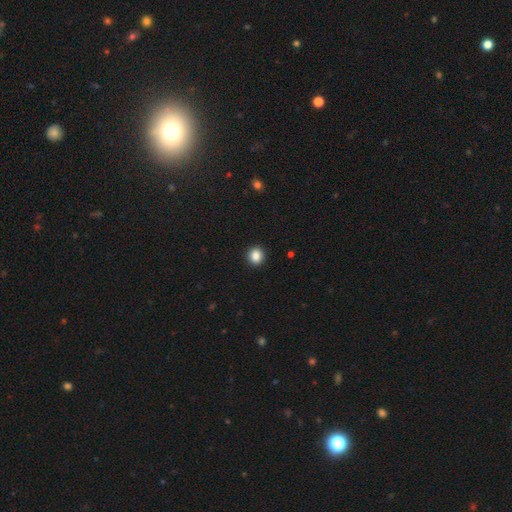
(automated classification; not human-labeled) smooth-or-featured: smooth: 87% | star or artifact: 10% | featured or disk: 3%
  how-rounded: round: 83% | in between: 16% | cigar-shaped: 1%
  merging: none: 93% | minor disturbance: 5% | major disturbance: 2% | merger: 1%